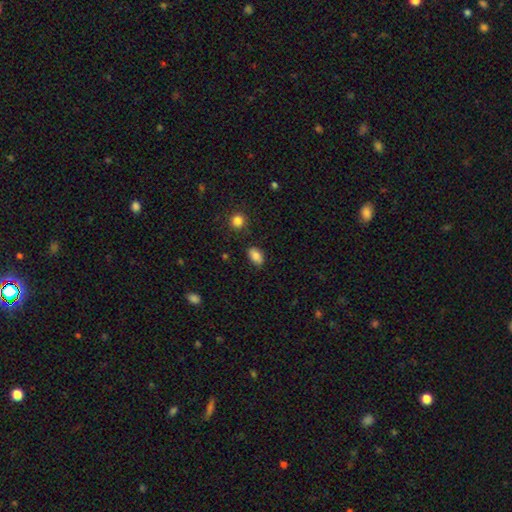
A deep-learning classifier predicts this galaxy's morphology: Smooth or featured?
  - smooth: 84% *
  - star or artifact: 8%
  - featured or disk: 7%
How rounded?
  - in between: 90% *
  - round: 8%
  - cigar-shaped: 2%
Merging?
  - none: 81% *
  - minor disturbance: 14%
  - major disturbance: 3%
  - merger: 2%